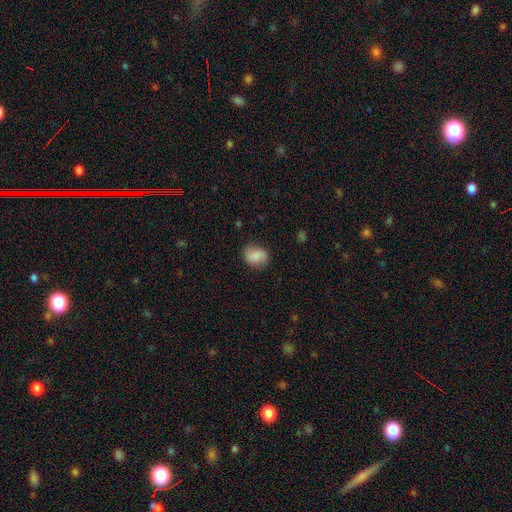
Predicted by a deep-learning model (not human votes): This appears to be a smooth galaxy with no disk features (81%) that is round (51%). Merging: none (79%).